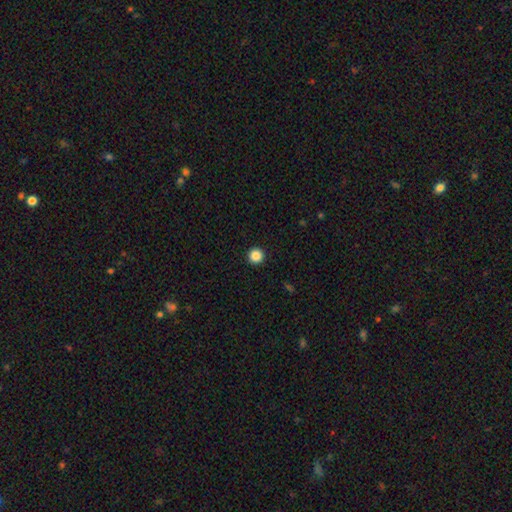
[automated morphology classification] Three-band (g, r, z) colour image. It shows a smooth galaxy with no disk features (87%) that is round (96%). Merging: none (94%).